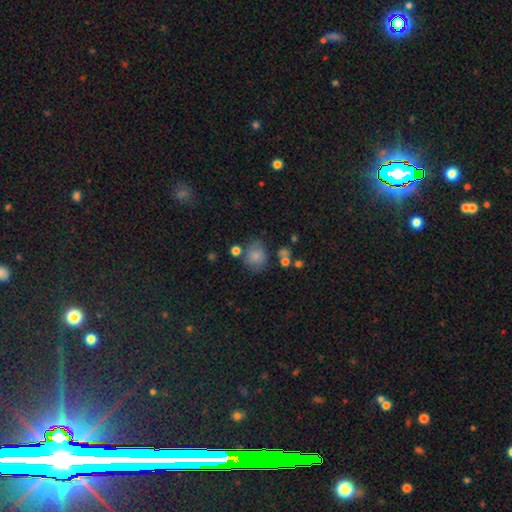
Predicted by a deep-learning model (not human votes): smooth 79%, star or artifact 11%, featured or disk 10%. Down the decision tree: how rounded — round (68%); merging — none (60%).